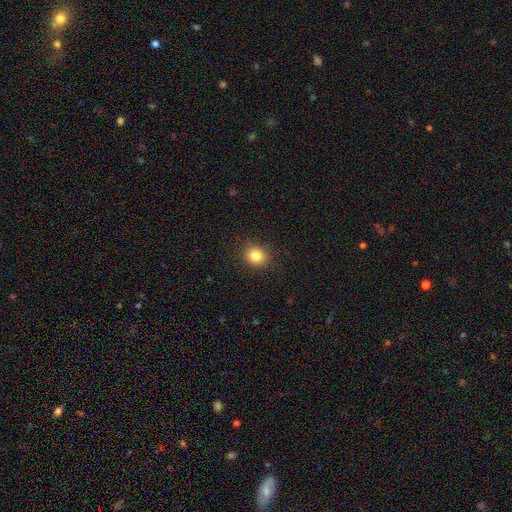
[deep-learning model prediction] Smooth or featured?
  - smooth: 84% *
  - star or artifact: 11%
  - featured or disk: 5%
How rounded?
  - round: 80% *
  - in between: 19%
  - cigar-shaped: 1%
Merging?
  - none: 90% *
  - minor disturbance: 7%
  - major disturbance: 2%
  - merger: 1%